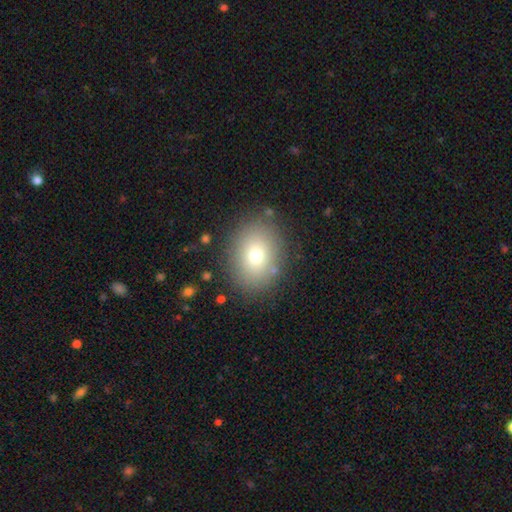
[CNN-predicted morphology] smooth-or-featured: smooth: 75% | featured or disk: 13% | star or artifact: 11%
  how-rounded: in between: 62% | round: 37% | cigar-shaped: 1%
  merging: none: 84% | minor disturbance: 10% | major disturbance: 4% | merger: 2%